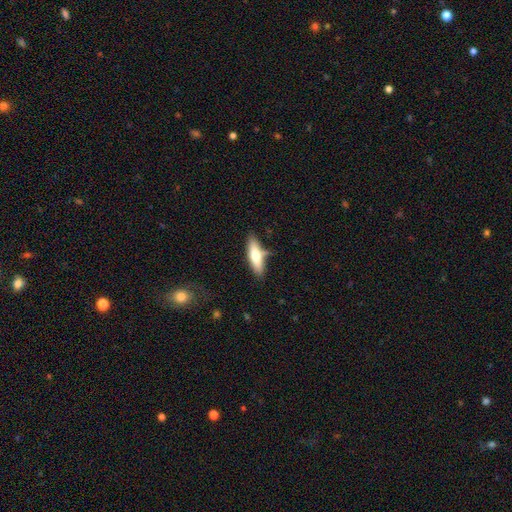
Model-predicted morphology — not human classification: Smooth or featured: smooth — 65% (featured or disk — 29%)
How rounded: cigar-shaped — 59% (in between — 40%)
Merging: none — 67% (minor disturbance — 20%)